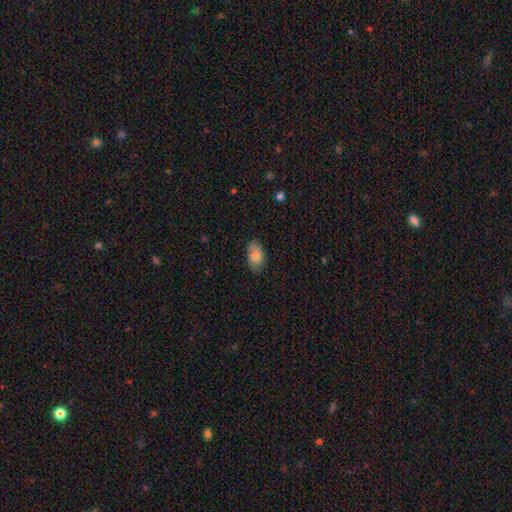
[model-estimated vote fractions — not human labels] smooth 82%, featured or disk 11%, star or artifact 7%. Down the decision tree: how rounded — in between (92%); merging — none (81%).